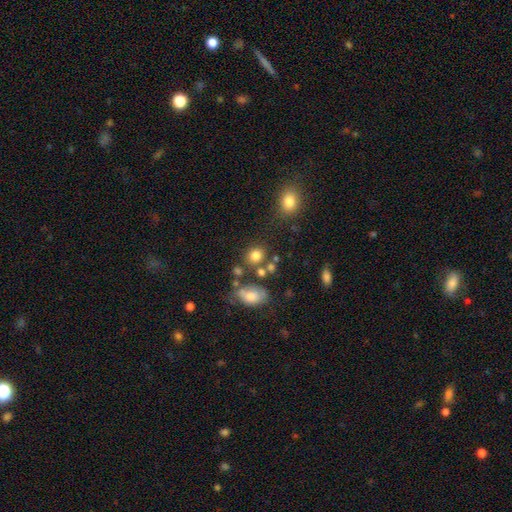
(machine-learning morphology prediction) Smooth or featured?
  - smooth: 80% *
  - star or artifact: 12%
  - featured or disk: 8%
How rounded?
  - round: 74% *
  - in between: 25%
  - cigar-shaped: 1%
Merging?
  - none: 69% *
  - merger: 14%
  - minor disturbance: 12%
  - major disturbance: 5%